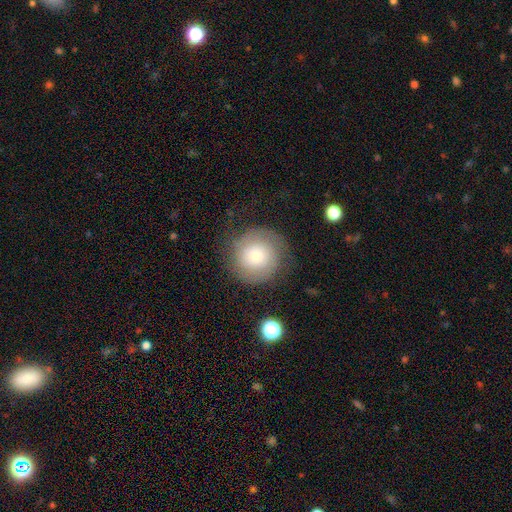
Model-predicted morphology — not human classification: The model was most divided on "smooth or featured": smooth: 50%, featured or disk: 41%, star or artifact: 9%. More confident: how rounded — round (93%); merging — none (76%).